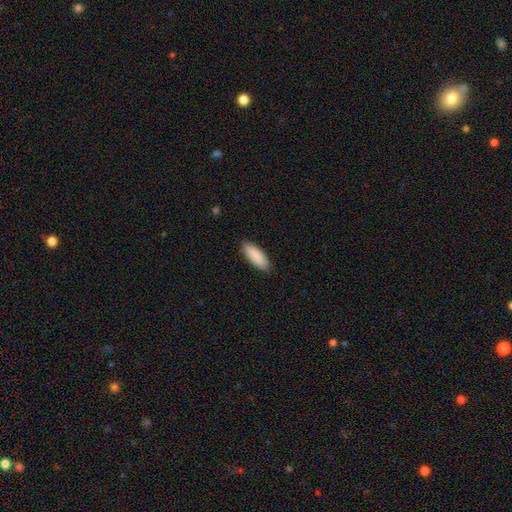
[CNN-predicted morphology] This appears to be a smooth galaxy with no disk features (89%) that is in between round and cigar-shaped (73%). Merging: none (86%).